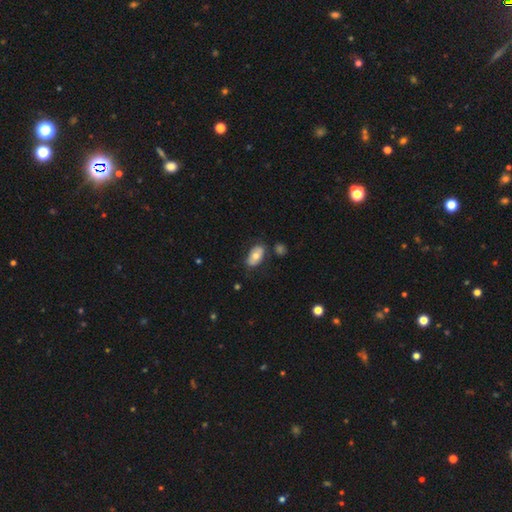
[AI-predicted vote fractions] This is likely a smooth galaxy (67%). How rounded: clearly in between (93%). Merging: likely none (74%).